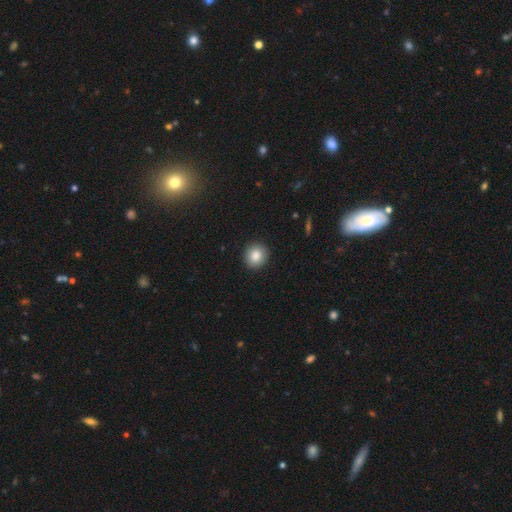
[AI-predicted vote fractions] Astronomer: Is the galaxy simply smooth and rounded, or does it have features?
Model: smooth — 86%.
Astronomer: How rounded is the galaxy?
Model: round — 84%.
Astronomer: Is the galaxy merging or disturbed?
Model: none — 91%.